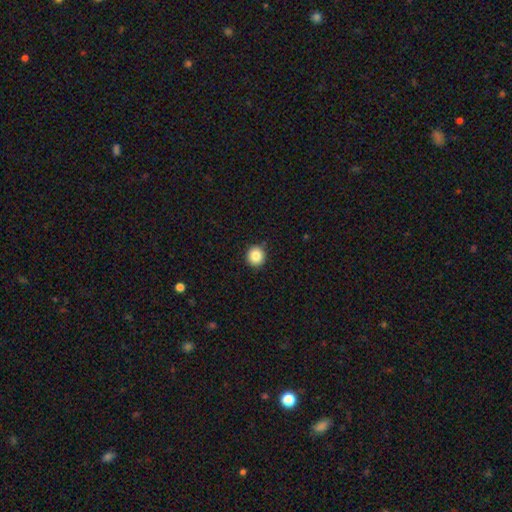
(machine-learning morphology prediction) Smooth or featured?
  - smooth: 85% *
  - star or artifact: 9%
  - featured or disk: 5%
How rounded?
  - round: 92% *
  - in between: 7%
  - cigar-shaped: 1%
Merging?
  - none: 91% *
  - minor disturbance: 7%
  - major disturbance: 2%
  - merger: 1%